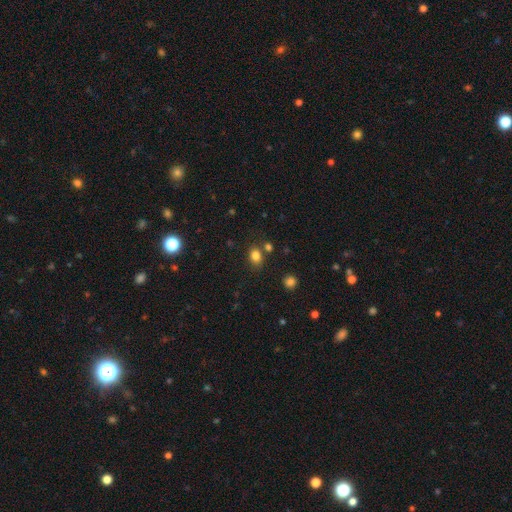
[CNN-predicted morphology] Overall: smooth (81%). How rounded: in between (58%; round 41%). Merging: none (70%).